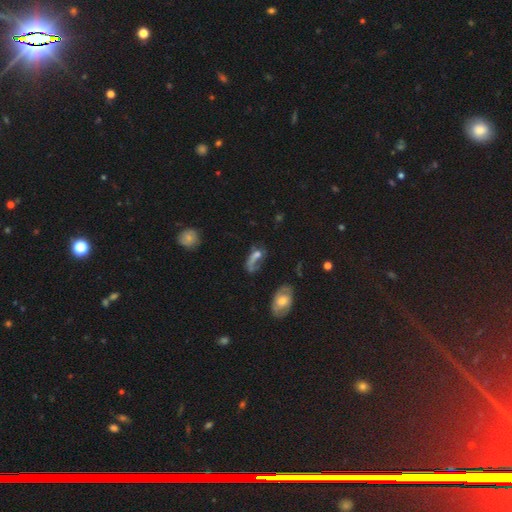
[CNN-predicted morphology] smooth-or-featured: smooth: 43% | featured or disk: 39% | star or artifact: 18%
  merging: major disturbance: 36% | none: 33% | minor disturbance: 18% | merger: 12%